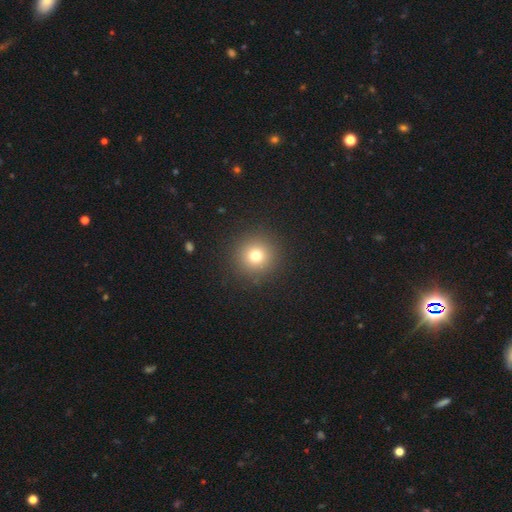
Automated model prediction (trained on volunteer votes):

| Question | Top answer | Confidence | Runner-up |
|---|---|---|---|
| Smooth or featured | smooth | 76% | star or artifact (16%) |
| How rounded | round | 95% | in between (4%) |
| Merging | none | 92% | minor disturbance (5%) |